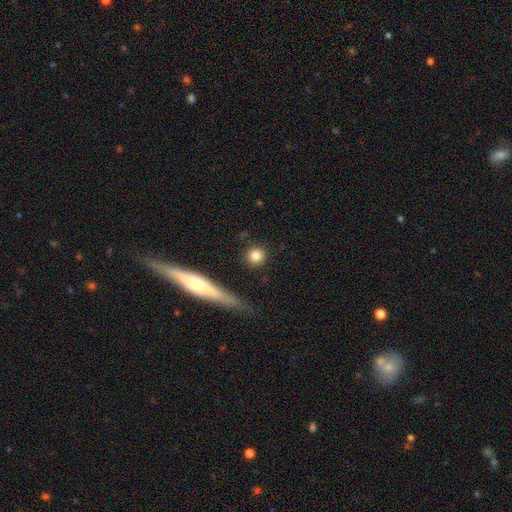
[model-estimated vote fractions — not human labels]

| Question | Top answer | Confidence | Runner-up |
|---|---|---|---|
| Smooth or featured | smooth | 83% | star or artifact (9%) |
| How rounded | round | 93% | in between (5%) |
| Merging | none | 88% | minor disturbance (6%) |